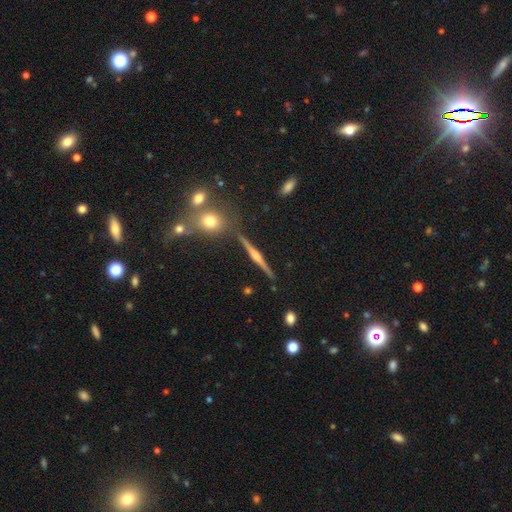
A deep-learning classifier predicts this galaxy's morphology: Smooth or featured?
  - featured or disk: 76% *
  - smooth: 16%
  - star or artifact: 8%
Edge-on disk?
  - yes: 98% *
  - no: 2%
Edge-on bulge?
  - rounded: 83% *
  - boxy: 9%
  - none: 8%
Merging?
  - none: 88% *
  - minor disturbance: 7%
  - merger: 3%
  - major disturbance: 2%